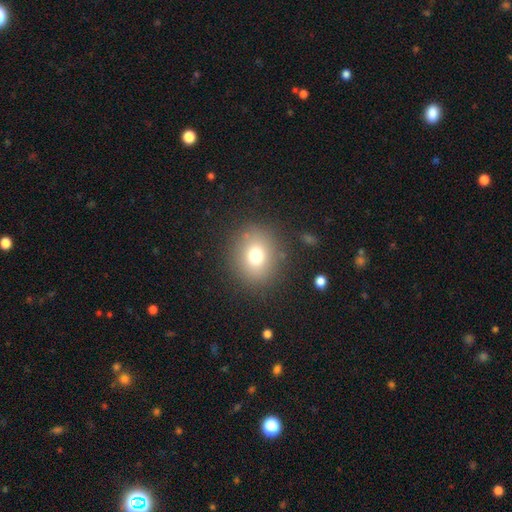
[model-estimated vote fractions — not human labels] This appears to be a smooth galaxy with no disk features (73%) that is round (77%). Merging: none (84%).